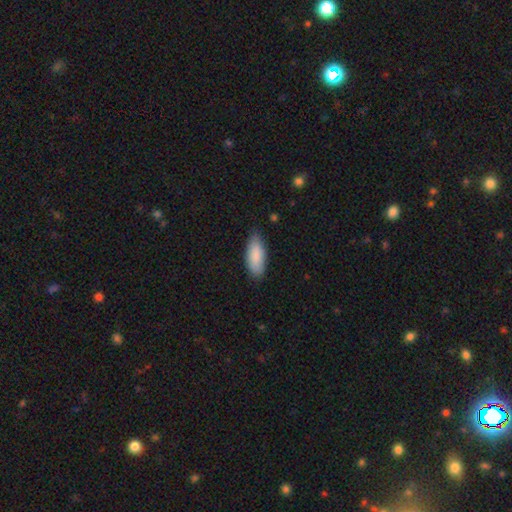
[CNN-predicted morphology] Q: Smooth or featured?
A: smooth (87%); runner-up: featured or disk (7%)
Q: How rounded?
A: in between (81%); runner-up: cigar-shaped (17%)
Q: Merging?
A: none (79%); runner-up: minor disturbance (17%)